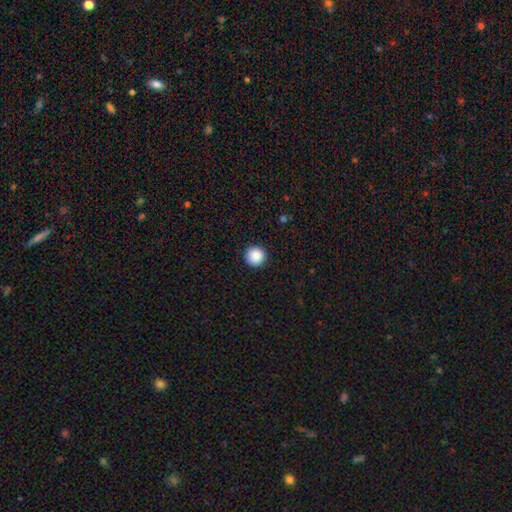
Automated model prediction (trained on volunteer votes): smooth_or_featured: smooth (p=0.89) [alt: star or artifact p=0.09]
how_rounded: round (p=0.96) [alt: in between p=0.03]
merging: none (p=0.93) [alt: minor disturbance p=0.05]